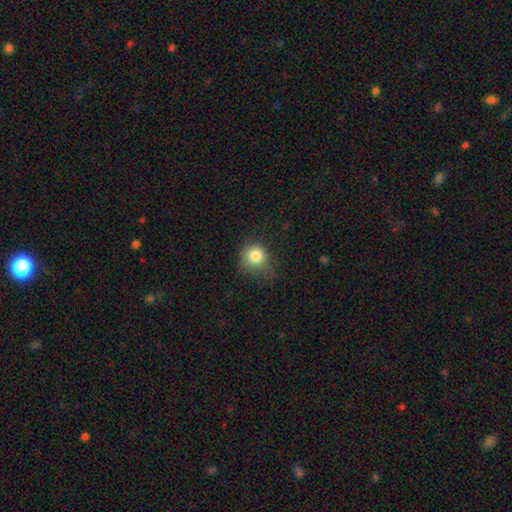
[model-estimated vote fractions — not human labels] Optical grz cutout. It shows a smooth galaxy with no disk features (83%) that is round (86%). Merging: none (55%).